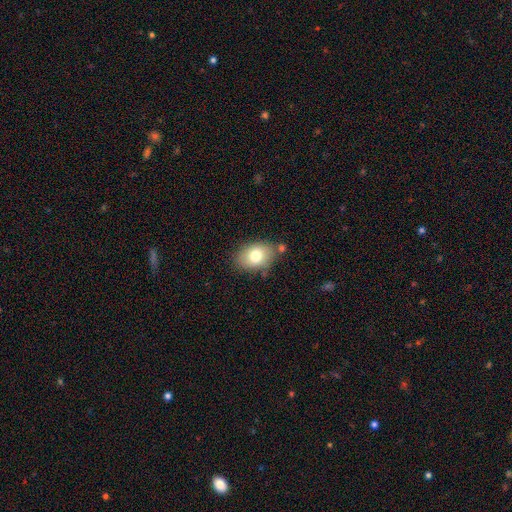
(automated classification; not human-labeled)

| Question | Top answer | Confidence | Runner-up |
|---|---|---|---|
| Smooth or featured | smooth | 76% | featured or disk (15%) |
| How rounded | in between | 80% | round (19%) |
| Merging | none | 73% | minor disturbance (16%) |